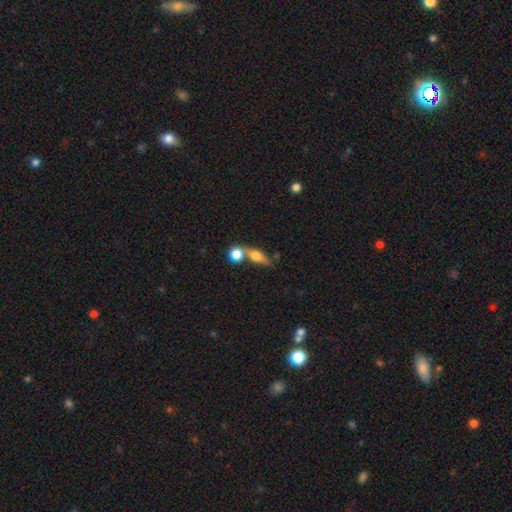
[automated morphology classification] Smooth or featured? Predicted: smooth (p=0.61). How rounded? Predicted: in between (p=0.48). Merging? Predicted: none (p=0.44).